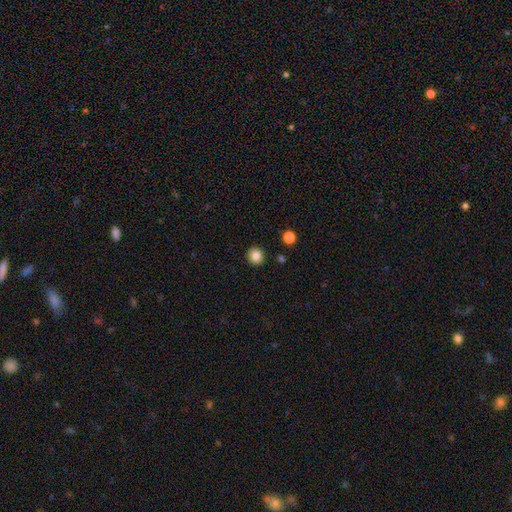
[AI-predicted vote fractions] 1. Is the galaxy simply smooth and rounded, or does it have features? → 85% smooth, 10% star or artifact, 5% featured or disk.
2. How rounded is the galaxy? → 91% round, 8% in between, 1% cigar-shaped.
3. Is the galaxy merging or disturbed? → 92% none, 5% minor disturbance, 2% major disturbance, 2% merger.